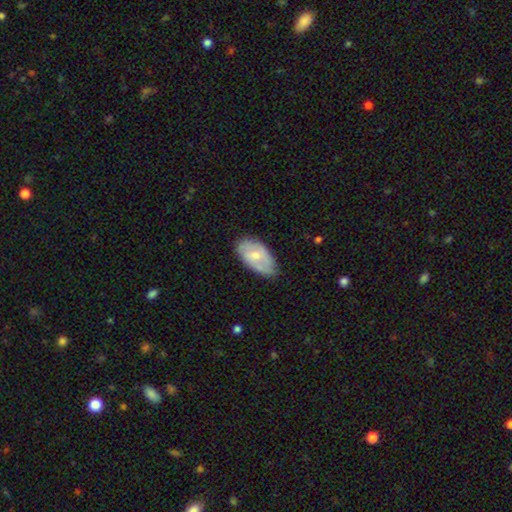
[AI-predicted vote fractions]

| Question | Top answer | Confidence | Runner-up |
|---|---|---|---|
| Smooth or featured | smooth | 55% | featured or disk (39%) |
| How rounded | in between | 94% | round (4%) |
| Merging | none | 64% | minor disturbance (29%) |